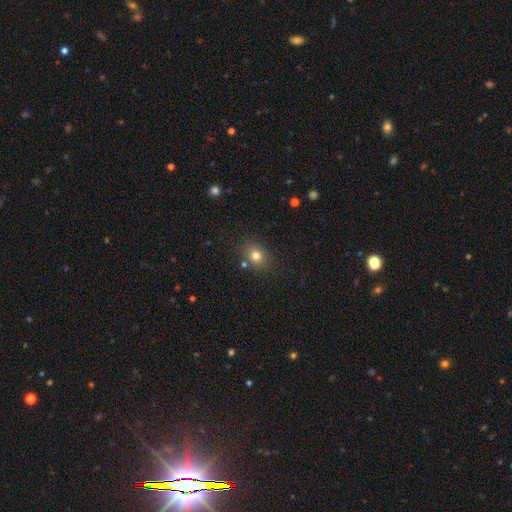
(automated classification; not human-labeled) This is likely a smooth galaxy (77%). How rounded: likely round (62%). Merging: likely none (79%).